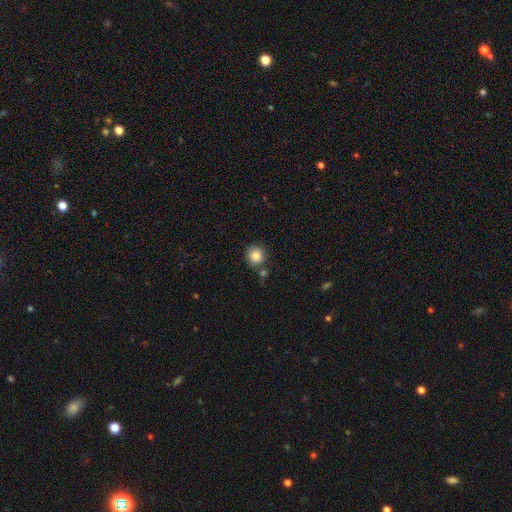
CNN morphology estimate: smooth 85%, star or artifact 9%, featured or disk 6%. Down the decision tree: how rounded — round (91%); merging — none (75%).